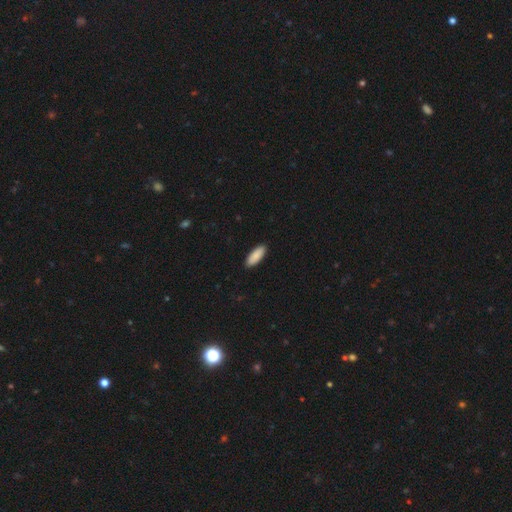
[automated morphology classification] A smooth galaxy with no disk features (90%) that is in between round and cigar-shaped (71%).

Vote fractions:
- Smooth or featured? smooth: 90% / star or artifact: 5% / featured or disk: 4%
- How rounded? in between: 71% / cigar-shaped: 27% / round: 2%
- Merging? none: 91% / minor disturbance: 6% / major disturbance: 1% / merger: 1%